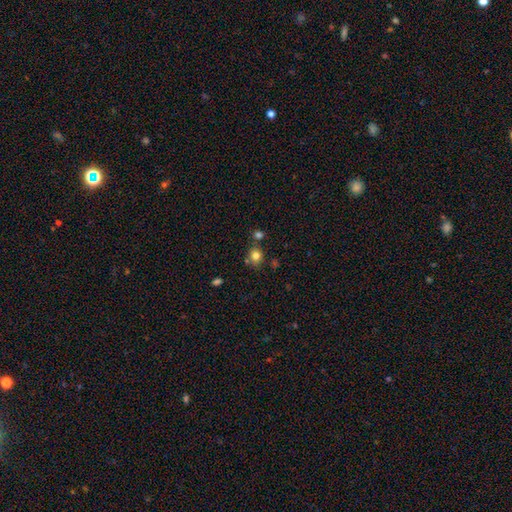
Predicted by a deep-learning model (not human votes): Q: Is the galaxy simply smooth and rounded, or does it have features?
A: smooth — 80%.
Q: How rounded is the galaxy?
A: round — 78%.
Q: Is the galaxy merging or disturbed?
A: none — 72%.